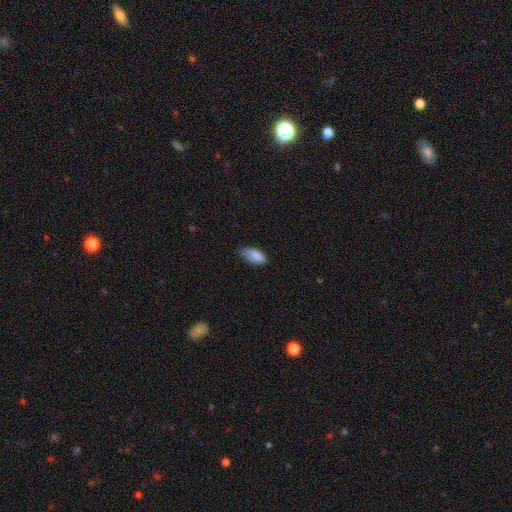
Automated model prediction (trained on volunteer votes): Q: Smooth or featured?
A: smooth (87%); runner-up: star or artifact (7%)
Q: How rounded?
A: in between (92%); runner-up: cigar-shaped (6%)
Q: Merging?
A: none (60%); runner-up: minor disturbance (33%)